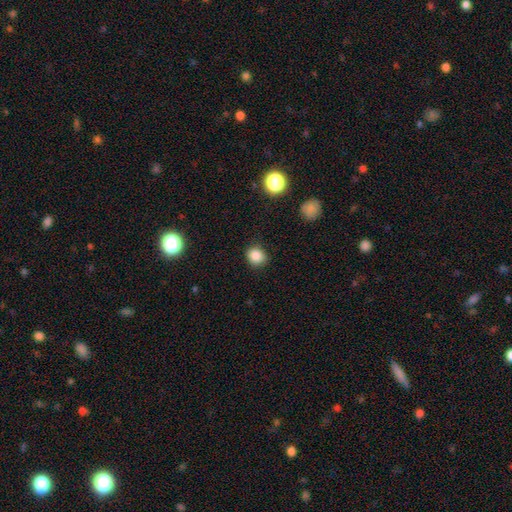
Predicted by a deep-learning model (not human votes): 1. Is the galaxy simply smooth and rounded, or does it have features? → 85% smooth, 11% star or artifact, 4% featured or disk.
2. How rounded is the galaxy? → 72% round, 27% in between, 1% cigar-shaped.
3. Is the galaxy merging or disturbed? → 84% none, 12% minor disturbance, 3% major disturbance, 1% merger.